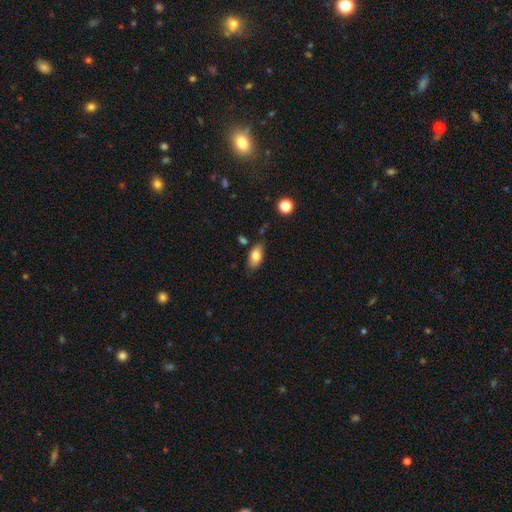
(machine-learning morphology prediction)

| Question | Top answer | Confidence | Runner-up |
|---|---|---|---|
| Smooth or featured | smooth | 81% | featured or disk (12%) |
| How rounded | in between | 90% | round (5%) |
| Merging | none | 75% | minor disturbance (17%) |